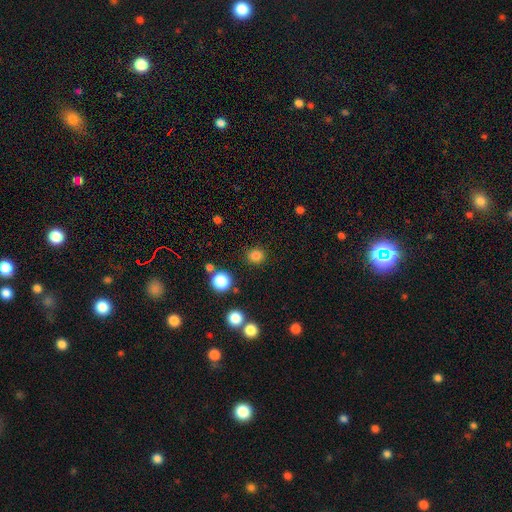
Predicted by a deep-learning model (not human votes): Smooth or featured? smooth (82%)
How rounded? round (86%)
Merging? none (88%)